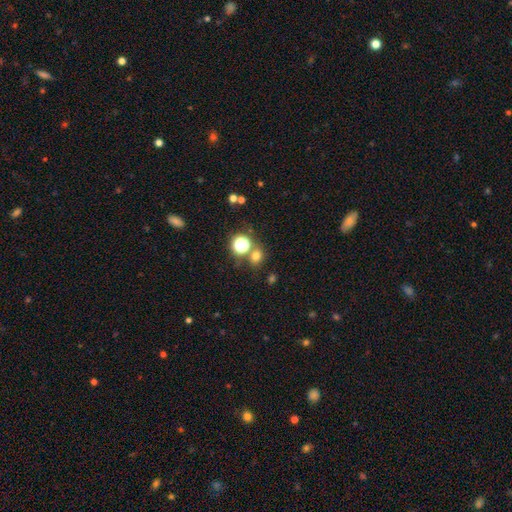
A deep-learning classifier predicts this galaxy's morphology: smooth 68%, star or artifact 25%, featured or disk 7%. Down the decision tree: how rounded — round (70%); merging — none (72%).